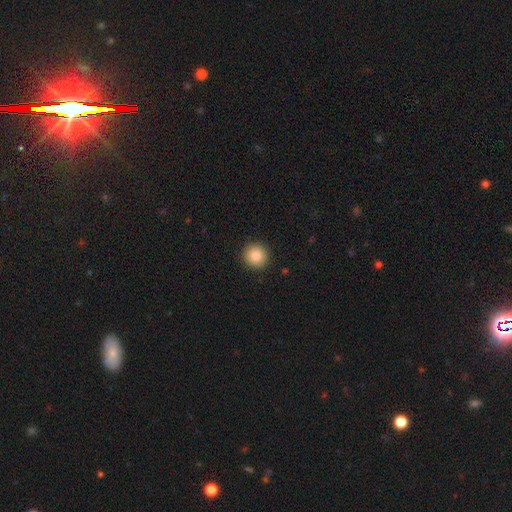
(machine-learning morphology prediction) smooth_or_featured: smooth (p=0.84) [alt: star or artifact p=0.09]
how_rounded: round (p=0.94) [alt: in between p=0.05]
merging: none (p=0.93) [alt: minor disturbance p=0.05]